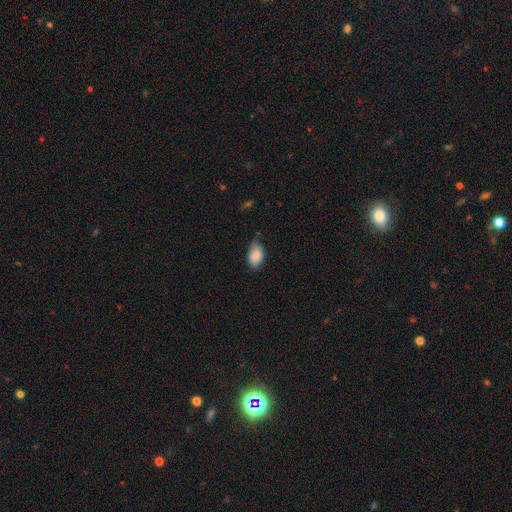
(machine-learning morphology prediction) Smooth or featured? Predicted: smooth (p=0.87). How rounded? Predicted: in between (p=0.92). Merging? Predicted: none (p=0.60).